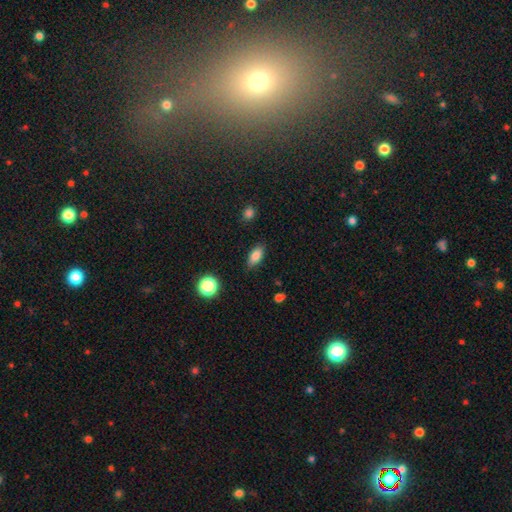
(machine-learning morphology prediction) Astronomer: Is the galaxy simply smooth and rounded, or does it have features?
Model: smooth — 83%.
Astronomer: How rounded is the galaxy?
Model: in between — 86%.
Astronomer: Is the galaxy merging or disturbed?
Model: none — 85%.